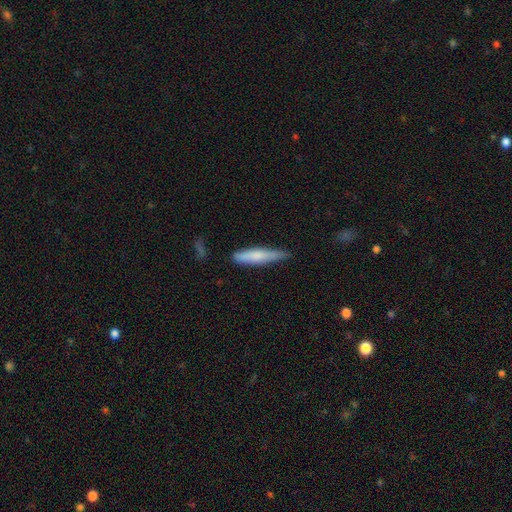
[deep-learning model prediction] Smooth or featured: smooth — 69% (featured or disk — 25%)
How rounded: cigar-shaped — 87% (in between — 11%)
Merging: none — 69% (minor disturbance — 25%)